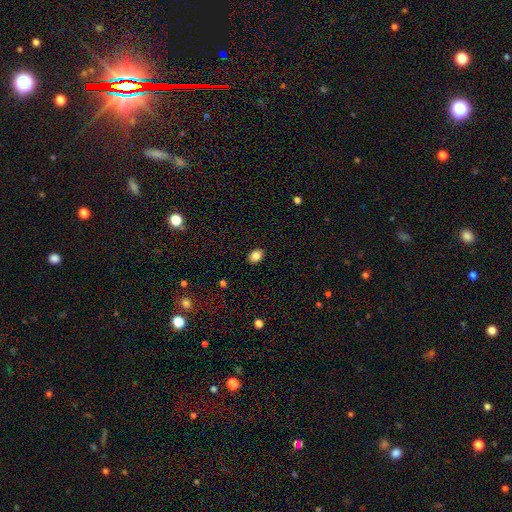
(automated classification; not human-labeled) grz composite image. It shows a smooth galaxy with no disk features (86%) that is in between round and cigar-shaped (64%). Merging: none (89%).